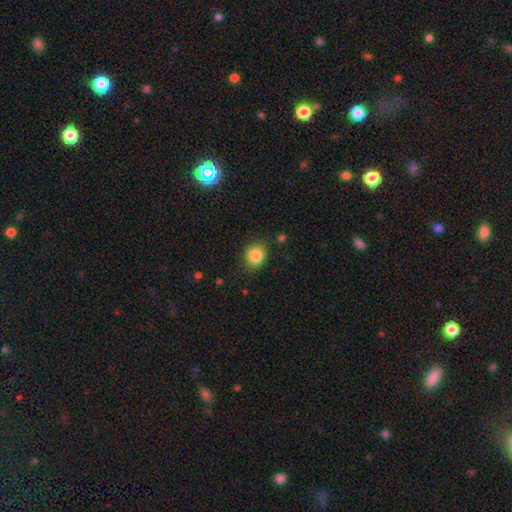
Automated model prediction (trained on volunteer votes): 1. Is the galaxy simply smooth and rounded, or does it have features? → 85% smooth, 10% star or artifact, 5% featured or disk.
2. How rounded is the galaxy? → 65% round, 34% in between, 1% cigar-shaped.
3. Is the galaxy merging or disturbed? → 74% none, 19% minor disturbance, 5% major disturbance, 3% merger.